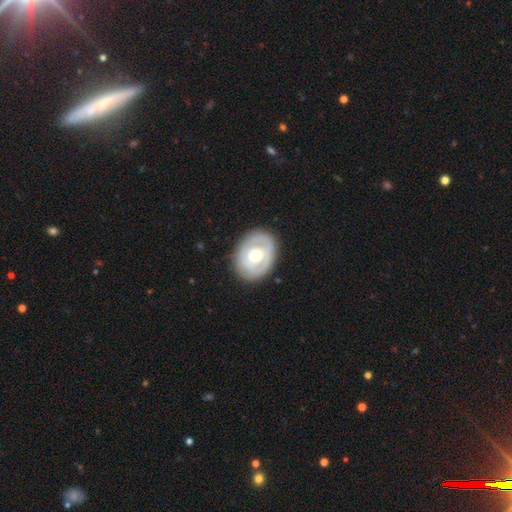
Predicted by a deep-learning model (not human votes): Smooth or featured? featured or disk (65%)
Edge-on disk? no (95%)
Bar? no (68%)
Spiral arms? no (58%)
Bulge size? moderate (76%)
Merging? none (81%)